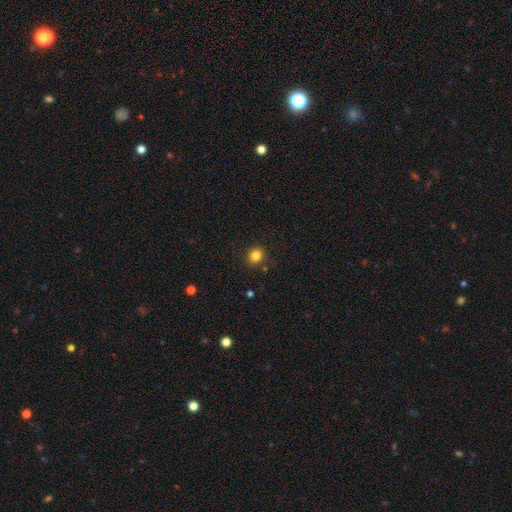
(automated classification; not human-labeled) Smooth or featured?
  - smooth: 83% *
  - star or artifact: 12%
  - featured or disk: 5%
How rounded?
  - round: 82% *
  - in between: 18%
  - cigar-shaped: 1%
Merging?
  - none: 87% *
  - minor disturbance: 8%
  - merger: 2%
  - major disturbance: 2%